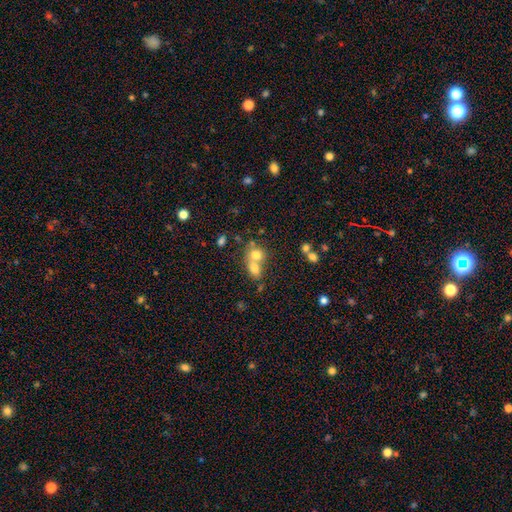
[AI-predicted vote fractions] The model was most divided on "how rounded": round: 60%, in between: 38%, cigar-shaped: 1%. More confident: smooth or featured — smooth (72%); merging — merger (65%).